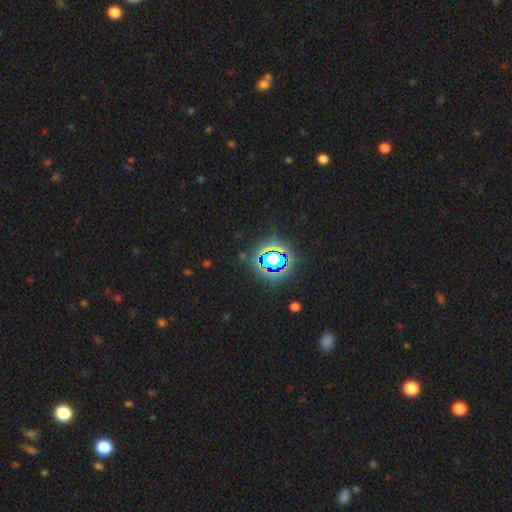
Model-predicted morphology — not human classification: Q: Smooth or featured?
A: star or artifact (82%); runner-up: smooth (12%)